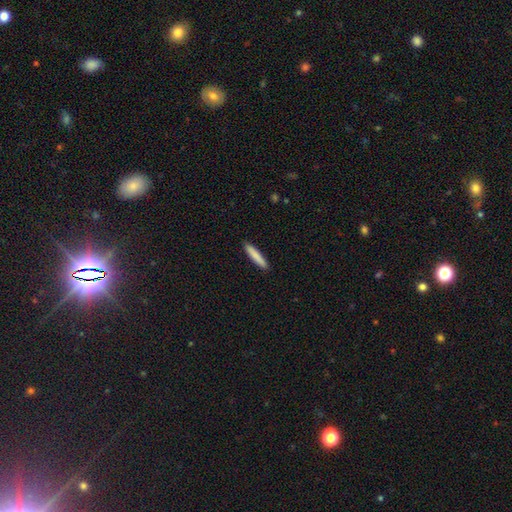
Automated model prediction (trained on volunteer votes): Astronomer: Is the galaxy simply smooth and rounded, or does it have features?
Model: smooth — 84%.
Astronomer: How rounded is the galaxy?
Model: cigar-shaped — 92%.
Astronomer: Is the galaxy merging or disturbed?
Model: none — 91%.